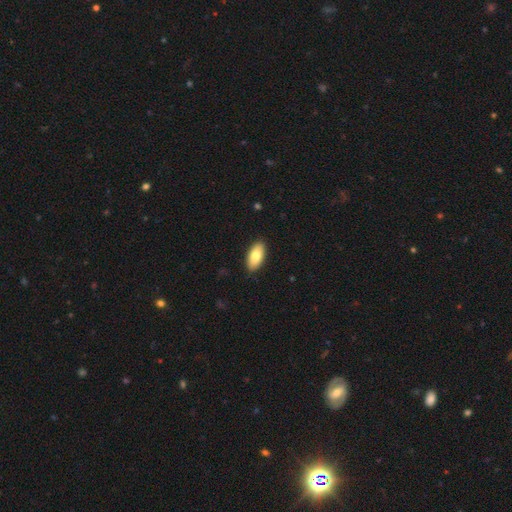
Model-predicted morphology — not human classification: Smooth or featured? smooth (78%)
How rounded? in between (93%)
Merging? none (89%)